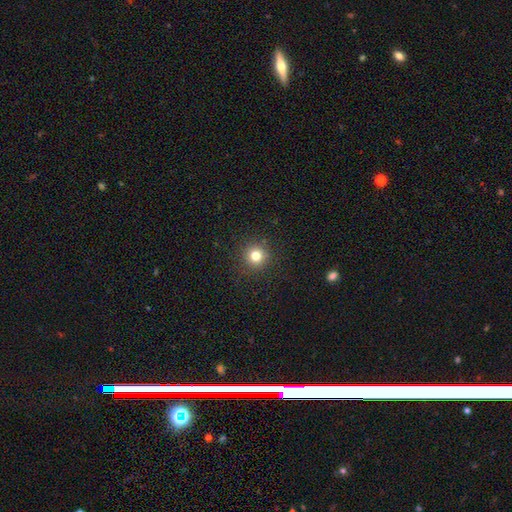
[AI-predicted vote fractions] Morphology: type=smooth (79%); roundness=round (96%); merging=none (91%).